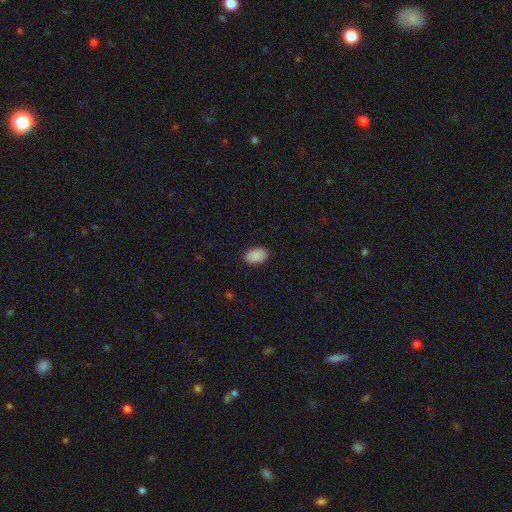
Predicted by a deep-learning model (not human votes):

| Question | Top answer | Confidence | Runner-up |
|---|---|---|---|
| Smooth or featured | smooth | 90% | star or artifact (7%) |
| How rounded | in between | 92% | round (7%) |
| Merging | none | 88% | minor disturbance (9%) |